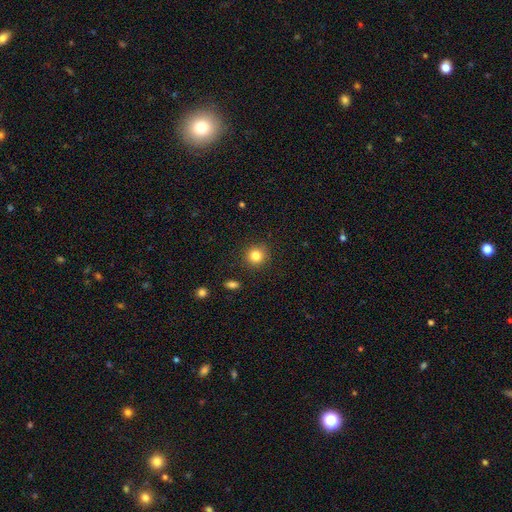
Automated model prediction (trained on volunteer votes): Smooth or featured? smooth (83%)
How rounded? round (91%)
Merging? none (90%)